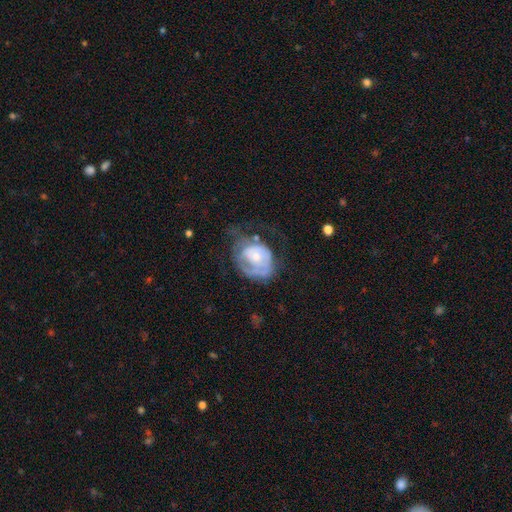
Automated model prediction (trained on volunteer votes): Q: Smooth or featured?
A: featured or disk (66%); runner-up: smooth (27%)
Q: Edge-on disk?
A: no (97%); runner-up: yes (3%)
Q: Bar?
A: no (78%); runner-up: weak (19%)
Q: Spiral arms?
A: yes (71%); runner-up: no (29%)
Q: Bulge size?
A: small (54%); runner-up: moderate (38%)
Q: Merging?
A: none (38%); runner-up: major disturbance (33%)